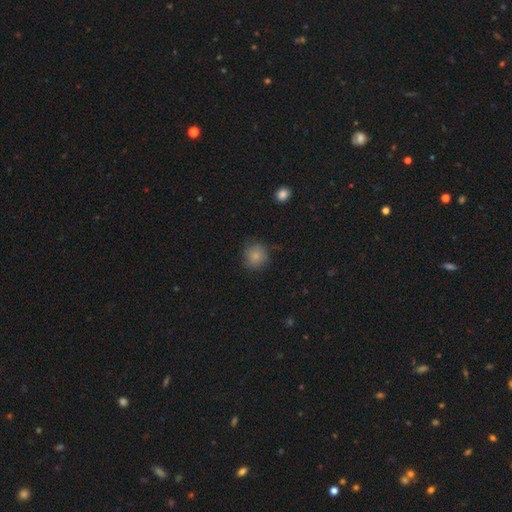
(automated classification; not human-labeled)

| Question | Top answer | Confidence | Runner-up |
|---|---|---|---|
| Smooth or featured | smooth | 82% | star or artifact (11%) |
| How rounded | round | 91% | in between (9%) |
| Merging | none | 81% | minor disturbance (14%) |